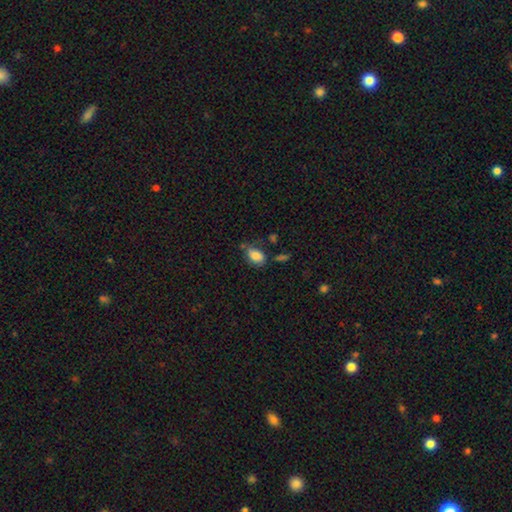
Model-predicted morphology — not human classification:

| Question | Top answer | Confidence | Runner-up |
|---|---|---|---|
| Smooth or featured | smooth | 81% | featured or disk (11%) |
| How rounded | in between | 85% | round (13%) |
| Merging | none | 58% | minor disturbance (26%) |